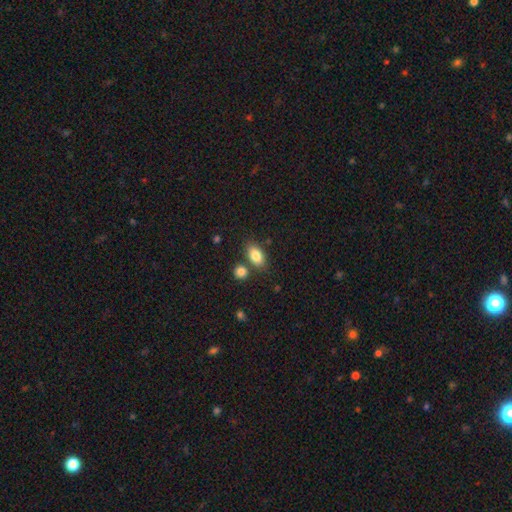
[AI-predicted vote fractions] A smooth galaxy with no disk features (84%) that is in between round and cigar-shaped (87%).

Vote fractions:
- Smooth or featured? smooth: 84% / star or artifact: 8% / featured or disk: 8%
- How rounded? in between: 87% / round: 10% / cigar-shaped: 3%
- Merging? none: 71% / merger: 14% / minor disturbance: 12% / major disturbance: 3%